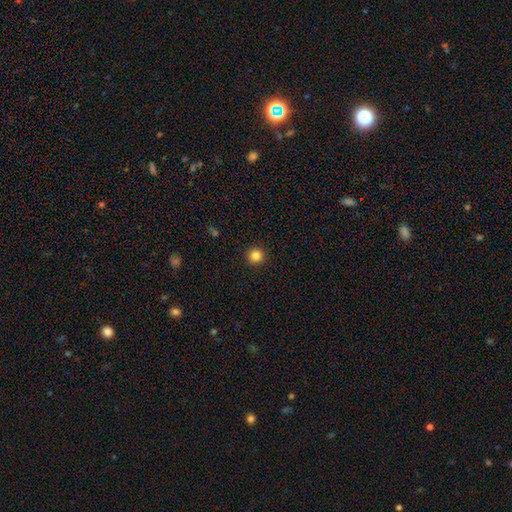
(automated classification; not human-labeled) Smooth or featured? smooth (84%)
How rounded? round (96%)
Merging? none (93%)